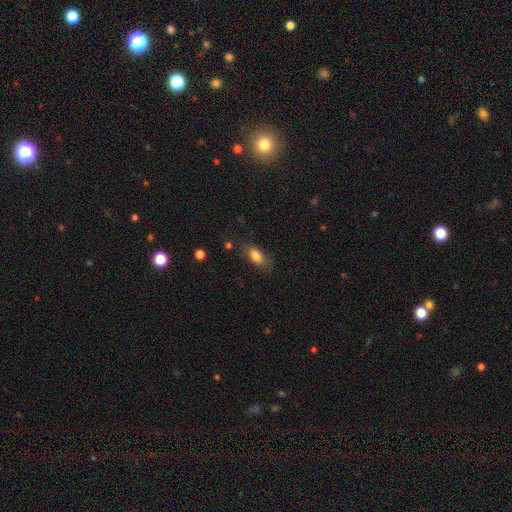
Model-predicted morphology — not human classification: type=smooth (81%); roundness=in between (83%); merging=none (74%).